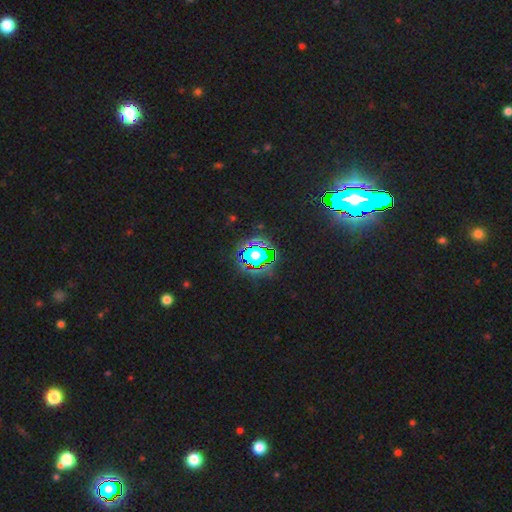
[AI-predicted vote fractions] smooth_or_featured: star or artifact (p=0.62) [alt: smooth p=0.25]